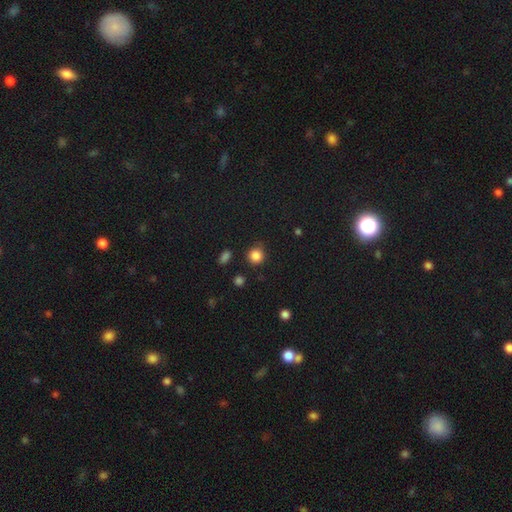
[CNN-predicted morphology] A smooth galaxy with no disk features (85%) that is round (91%).

Vote fractions:
- Smooth or featured? smooth: 85% / star or artifact: 11% / featured or disk: 4%
- How rounded? round: 91% / in between: 8% / cigar-shaped: 1%
- Merging? none: 84% / minor disturbance: 10% / major disturbance: 3% / merger: 3%